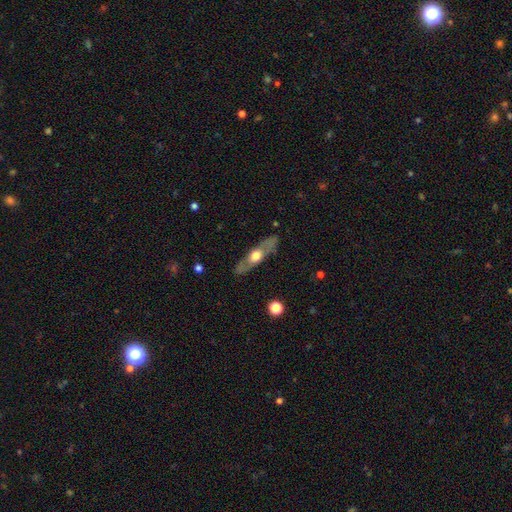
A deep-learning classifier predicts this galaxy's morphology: Q: Smooth or featured?
A: featured or disk (59%); runner-up: smooth (36%)
Q: Edge-on disk?
A: yes (69%); runner-up: no (31%)
Q: Merging?
A: none (84%); runner-up: minor disturbance (11%)